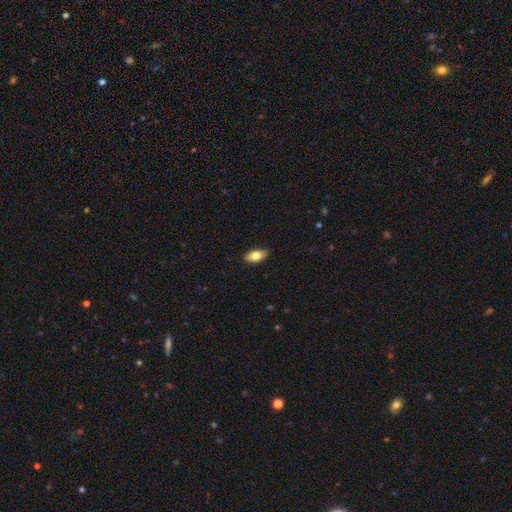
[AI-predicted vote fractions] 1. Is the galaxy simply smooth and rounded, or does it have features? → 78% smooth, 16% featured or disk, 7% star or artifact.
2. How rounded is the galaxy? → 90% in between, 6% cigar-shaped, 4% round.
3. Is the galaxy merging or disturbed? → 89% none, 8% minor disturbance, 2% major disturbance, 1% merger.